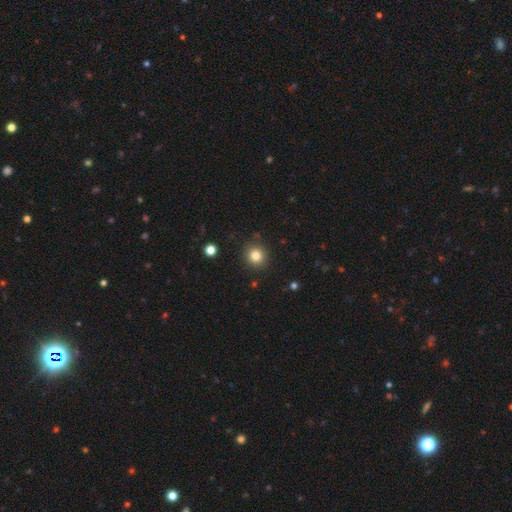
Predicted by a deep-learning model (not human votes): smooth 83%, star or artifact 12%, featured or disk 6%. Down the decision tree: how rounded — round (89%); merging — none (89%).